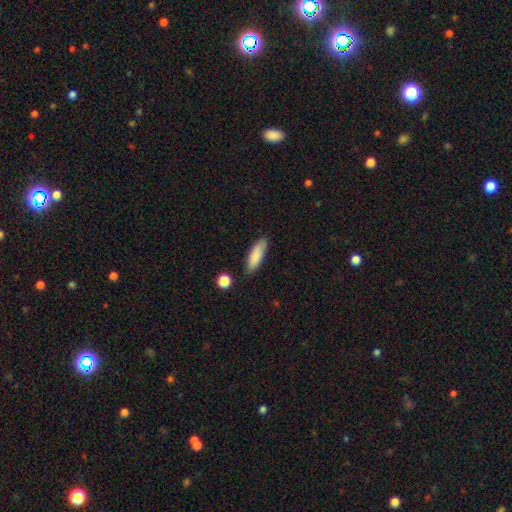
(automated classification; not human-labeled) Smooth or featured? Predicted: smooth (p=0.85). How rounded? Predicted: in between (p=0.52). Merging? Predicted: none (p=0.81).